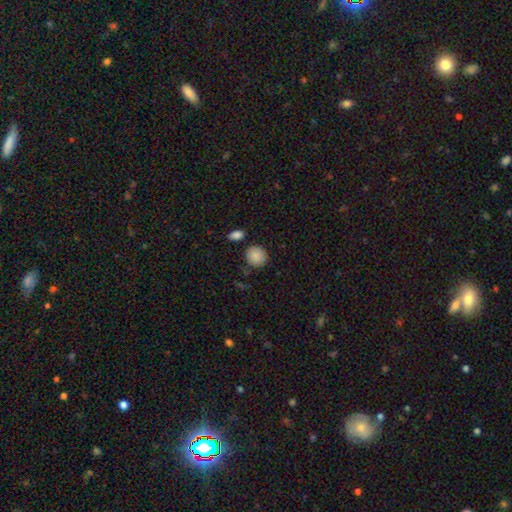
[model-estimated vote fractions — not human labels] This appears to be a smooth galaxy with no disk features (89%) that is round (85%). Merging: none (83%).